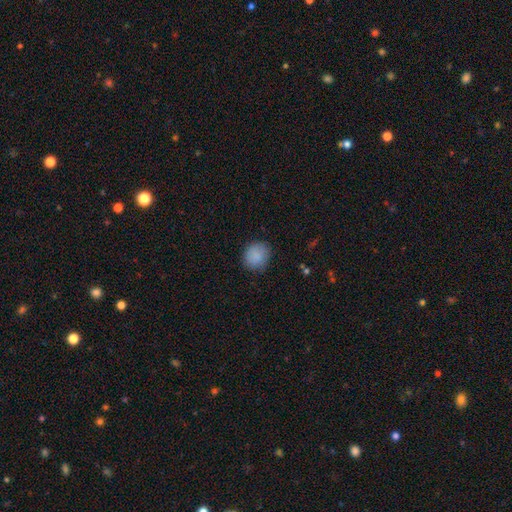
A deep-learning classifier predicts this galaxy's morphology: Overall: smooth (87%). How rounded: round (78%). Merging: none (80%).